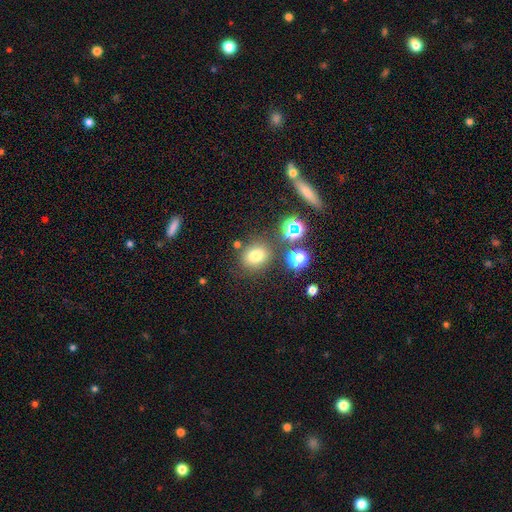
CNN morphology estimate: type=smooth (72%); roundness=round (65%); merging=none (76%).